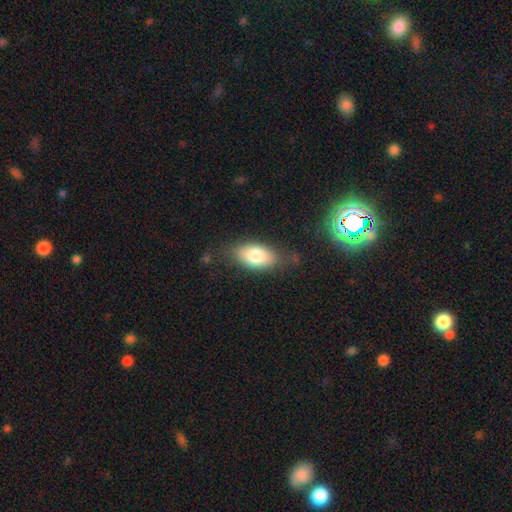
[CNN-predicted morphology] Overall: smooth (78%). How rounded: in between (91%). Merging: none (73%).